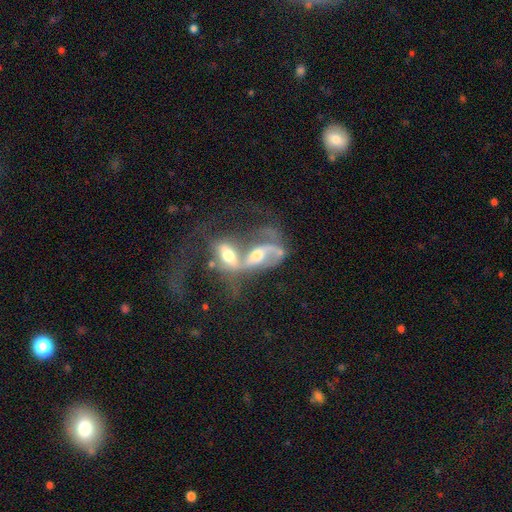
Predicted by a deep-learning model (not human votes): The model was most divided on "spiral arms": yes: 52%, no: 48%. More confident: edge-on disk — no (90%); merging — merger (79%); smooth or featured — featured or disk (68%); bar — no (63%); bulge size — moderate (58%).